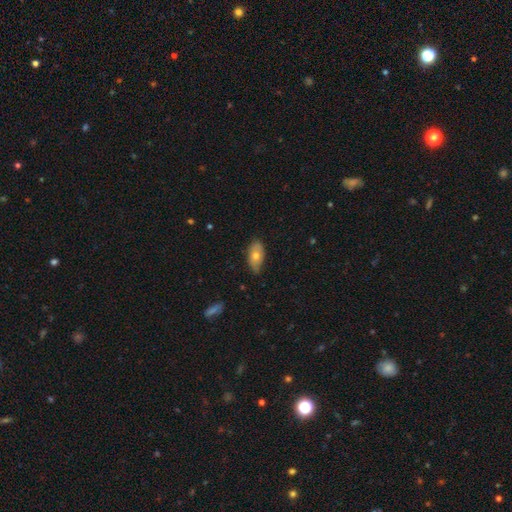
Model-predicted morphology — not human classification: Overall: smooth (63%; featured or disk 30%). How rounded: in between (89%). Merging: none (70%).